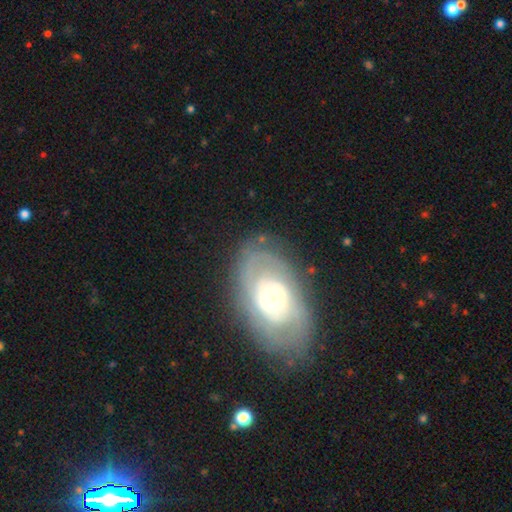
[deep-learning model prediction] This is likely a featured or disk galaxy (73%). It is clearly not viewed edge-on (93%). Bar: possibly no (51%). Spiral arm pattern: likely yes (72%). Central bulge: possibly moderate (56%). Merging: likely none (77%).